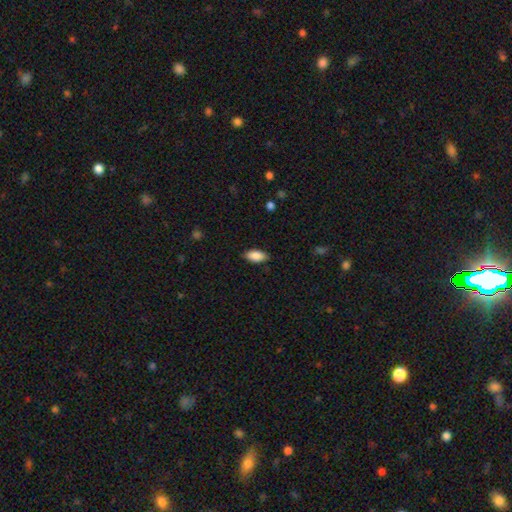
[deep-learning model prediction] Q: Smooth or featured?
A: smooth (88%); runner-up: star or artifact (7%)
Q: How rounded?
A: in between (91%); runner-up: cigar-shaped (6%)
Q: Merging?
A: none (85%); runner-up: minor disturbance (12%)